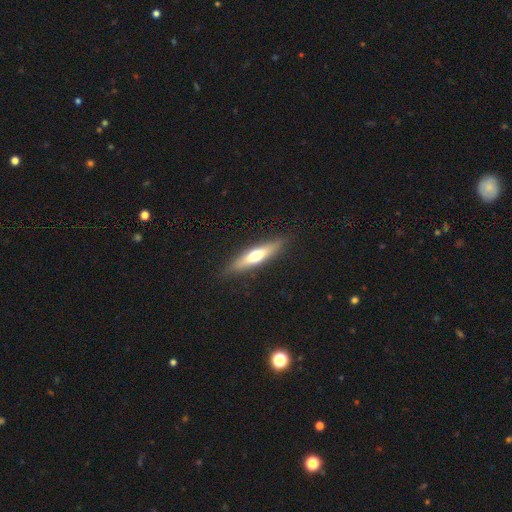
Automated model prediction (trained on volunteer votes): smooth 51%, featured or disk 43%, star or artifact 6%. Down the decision tree: how rounded — cigar-shaped (80%); merging — none (87%).